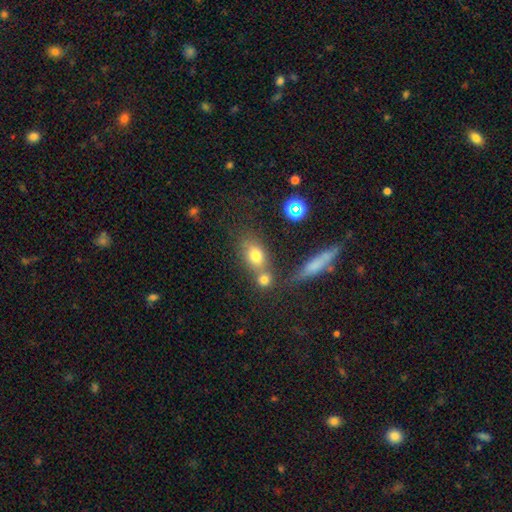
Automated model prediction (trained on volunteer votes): This appears to be a smooth galaxy with no disk features (71%) that is in between round and cigar-shaped (60%). Merging: none (49%).